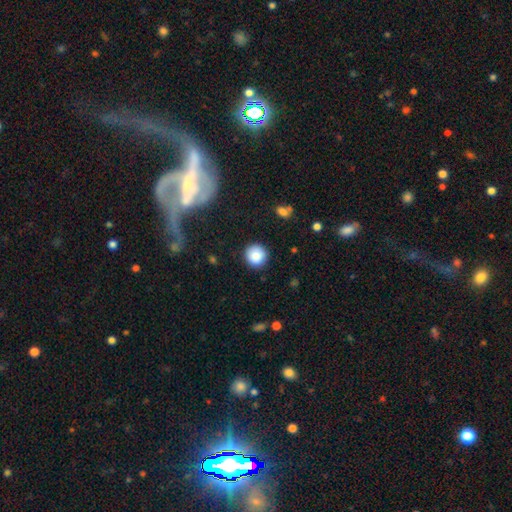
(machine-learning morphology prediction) Smooth or featured? smooth (85%)
How rounded? round (94%)
Merging? none (90%)